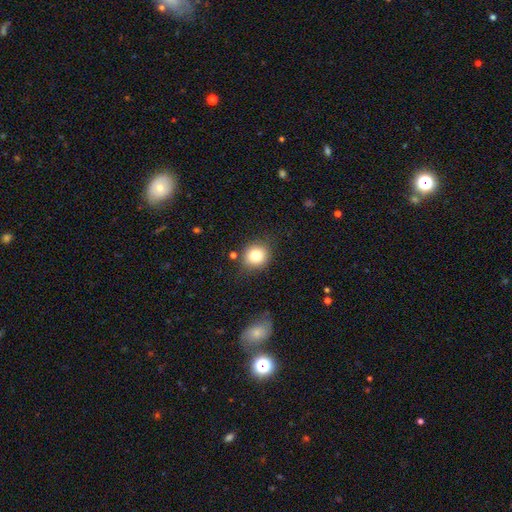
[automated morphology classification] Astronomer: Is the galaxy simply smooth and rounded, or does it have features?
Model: smooth — 80%.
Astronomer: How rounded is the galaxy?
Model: round — 83%.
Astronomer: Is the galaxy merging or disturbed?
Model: none — 81%.